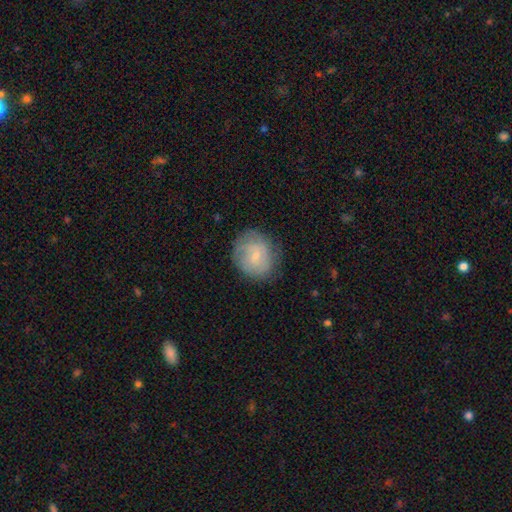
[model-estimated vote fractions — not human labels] Smooth or featured?
  - smooth: 53% *
  - featured or disk: 40%
  - star or artifact: 7%
How rounded?
  - round: 77% *
  - in between: 22%
  - cigar-shaped: 1%
Merging?
  - none: 74% *
  - minor disturbance: 18%
  - major disturbance: 6%
  - merger: 1%